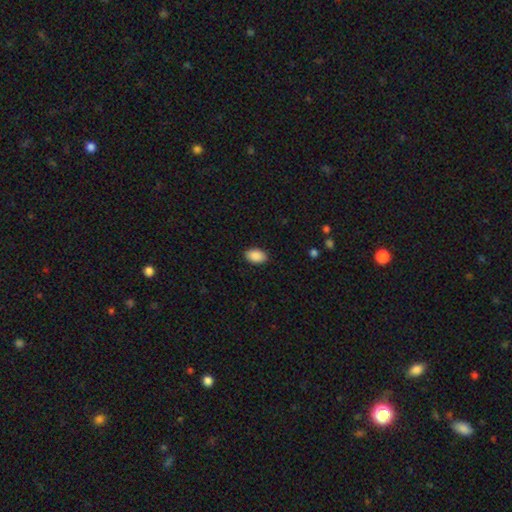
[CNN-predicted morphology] smooth_or_featured: smooth (p=0.90) [alt: star or artifact p=0.07]
how_rounded: in between (p=0.91) [alt: round p=0.08]
merging: none (p=0.89) [alt: minor disturbance p=0.08]